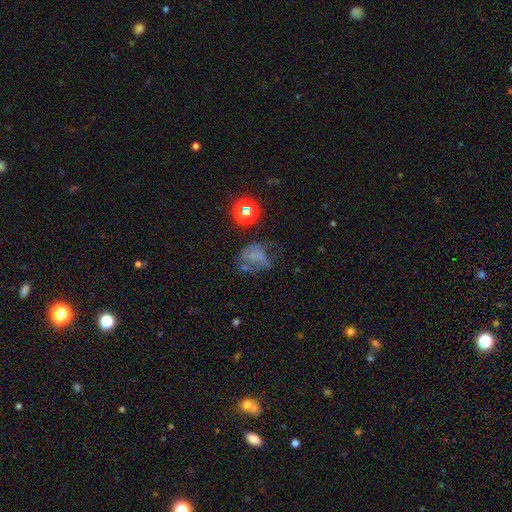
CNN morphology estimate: Smooth or featured?
  - smooth: 40% *
  - featured or disk: 35%
  - star or artifact: 25%
Merging?
  - none: 35% *
  - major disturbance: 34%
  - minor disturbance: 22%
  - merger: 8%